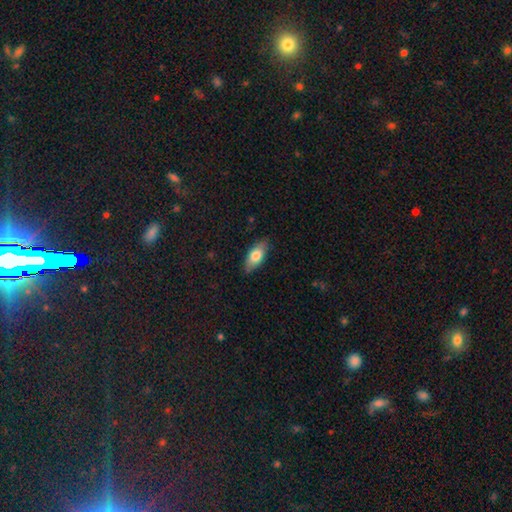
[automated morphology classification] Overall: smooth (74%). How rounded: in between (85%). Merging: none (84%).